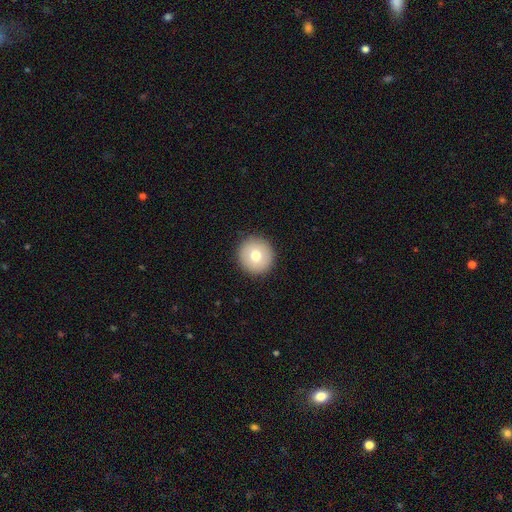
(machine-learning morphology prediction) smooth_or_featured: smooth (p=0.73) [alt: featured or disk p=0.18]
how_rounded: round (p=0.95) [alt: in between p=0.04]
merging: none (p=0.92) [alt: minor disturbance p=0.05]